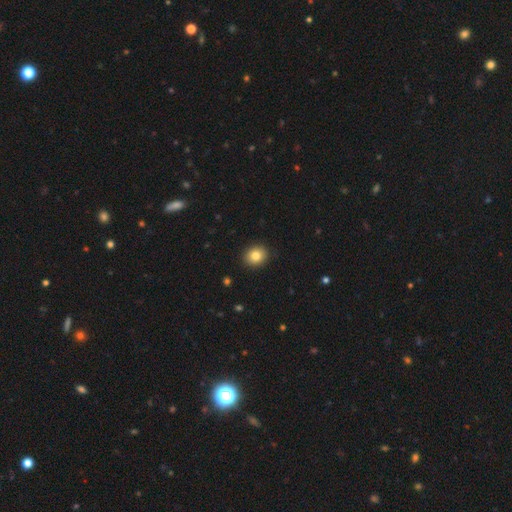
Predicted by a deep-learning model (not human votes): Smooth or featured?
  - smooth: 83% *
  - star or artifact: 10%
  - featured or disk: 7%
How rounded?
  - round: 65% *
  - in between: 34%
  - cigar-shaped: 1%
Merging?
  - none: 91% *
  - minor disturbance: 6%
  - major disturbance: 2%
  - merger: 1%